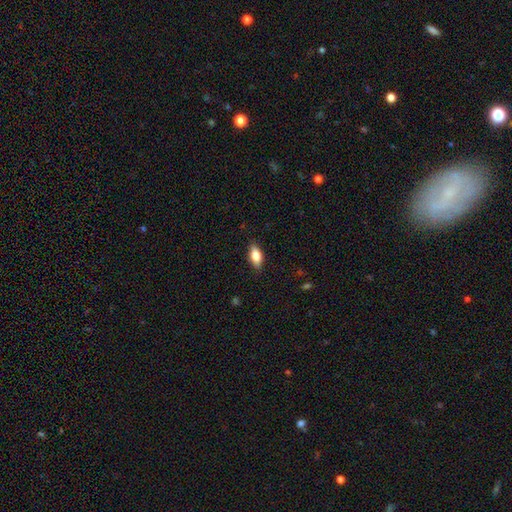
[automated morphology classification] smooth 78%, featured or disk 15%, star or artifact 7%. Down the decision tree: how rounded — in between (86%); merging — none (85%).